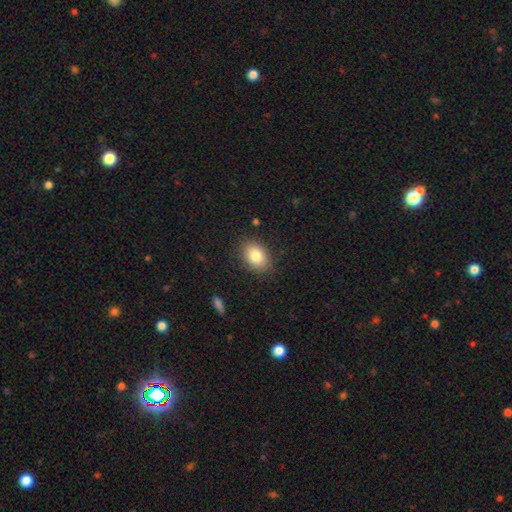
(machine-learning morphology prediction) This is clearly a smooth galaxy (83%). How rounded: likely in between (79%). Merging: clearly none (85%).